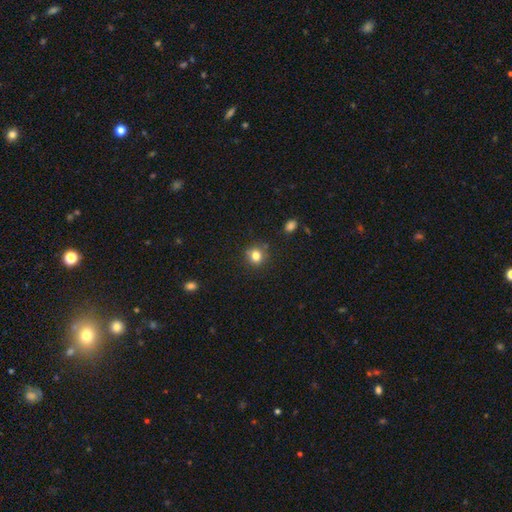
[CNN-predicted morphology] This is likely a smooth galaxy (80%). How rounded: clearly round (86%). Merging: likely none (80%).